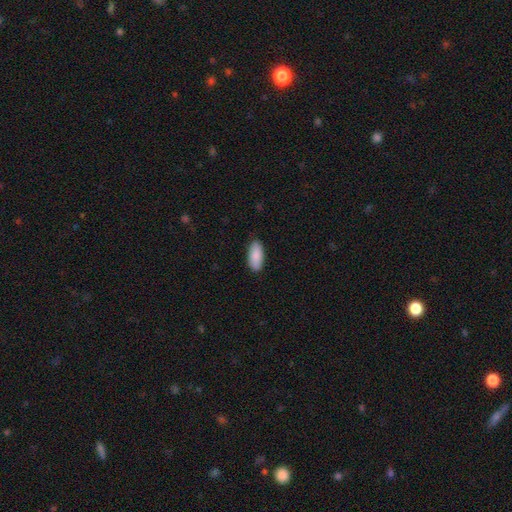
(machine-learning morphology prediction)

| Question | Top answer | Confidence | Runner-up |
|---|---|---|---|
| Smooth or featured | smooth | 89% | featured or disk (6%) |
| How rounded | in between | 86% | cigar-shaped (12%) |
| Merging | none | 86% | minor disturbance (11%) |